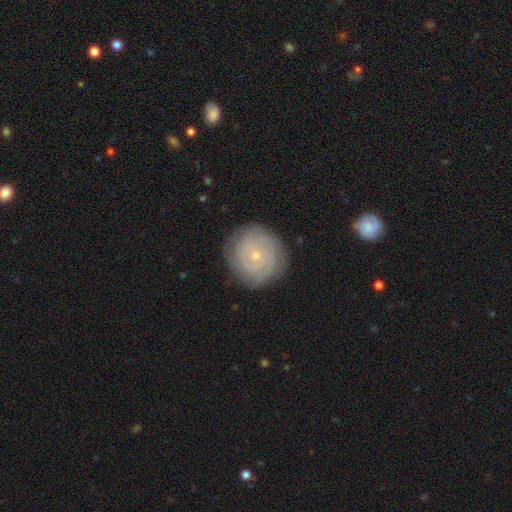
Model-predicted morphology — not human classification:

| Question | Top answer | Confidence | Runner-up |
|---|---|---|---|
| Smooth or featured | featured or disk | 74% | smooth (19%) |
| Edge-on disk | no | 98% | yes (2%) |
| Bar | no | 82% | weak (15%) |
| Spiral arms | yes | 90% | no (10%) |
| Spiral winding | tight | 82% | medium (14%) |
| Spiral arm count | can't tell | 36% | 2 (29%) |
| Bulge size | small | 83% | moderate (14%) |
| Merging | none | 84% | minor disturbance (11%) |